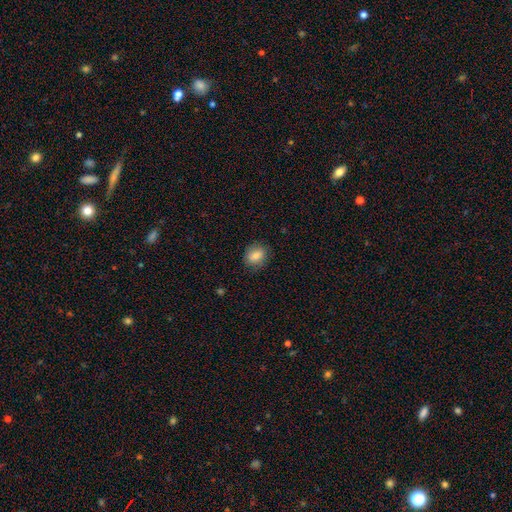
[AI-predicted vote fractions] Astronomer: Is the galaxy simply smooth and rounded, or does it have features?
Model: smooth — 83%.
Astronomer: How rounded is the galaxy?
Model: in between — 56% (runner-up: round, 42%).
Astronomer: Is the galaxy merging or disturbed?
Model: none — 82%.